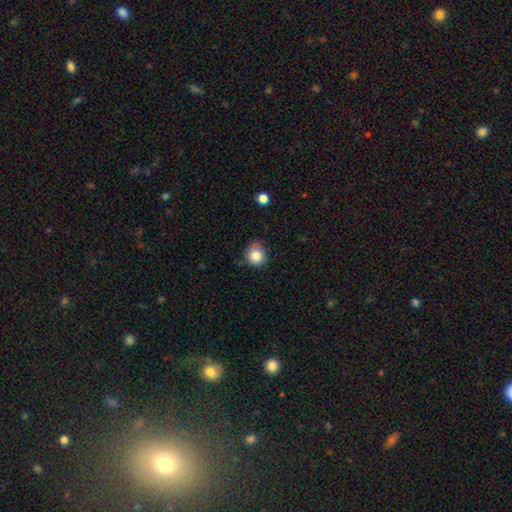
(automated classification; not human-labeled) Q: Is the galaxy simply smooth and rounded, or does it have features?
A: smooth — 84%.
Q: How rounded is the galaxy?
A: round — 84%.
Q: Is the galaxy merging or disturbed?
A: none — 74%.